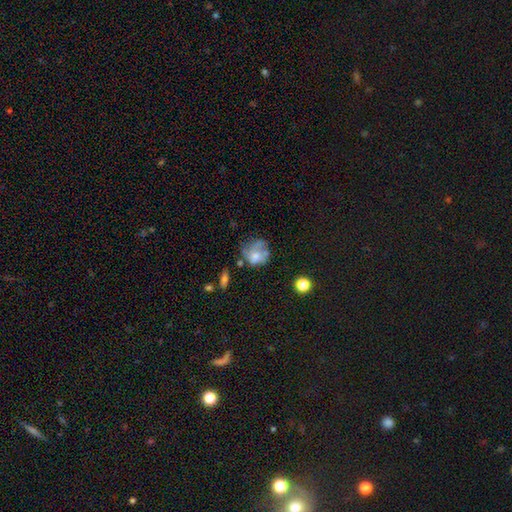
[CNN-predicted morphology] This appears to be a smooth galaxy with no disk features (57%) that is round (65%). Merging: none (36%).